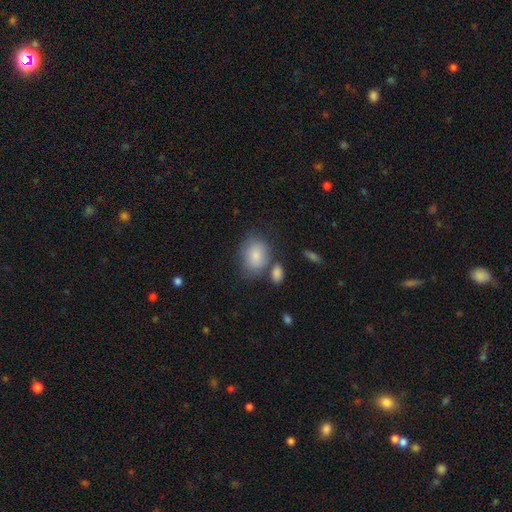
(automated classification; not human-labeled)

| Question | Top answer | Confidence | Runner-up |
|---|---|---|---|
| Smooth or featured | smooth | 80% | featured or disk (11%) |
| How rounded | in between | 65% | round (34%) |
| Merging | none | 63% | minor disturbance (17%) |